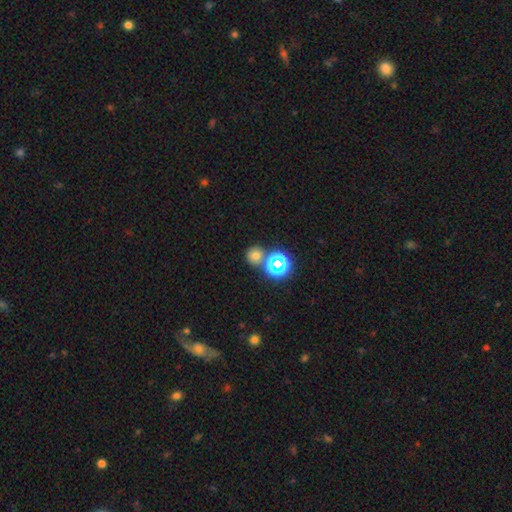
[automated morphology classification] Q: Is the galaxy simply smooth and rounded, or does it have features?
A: smooth — 64%.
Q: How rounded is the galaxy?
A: round — 85%.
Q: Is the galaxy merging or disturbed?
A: none — 67%.